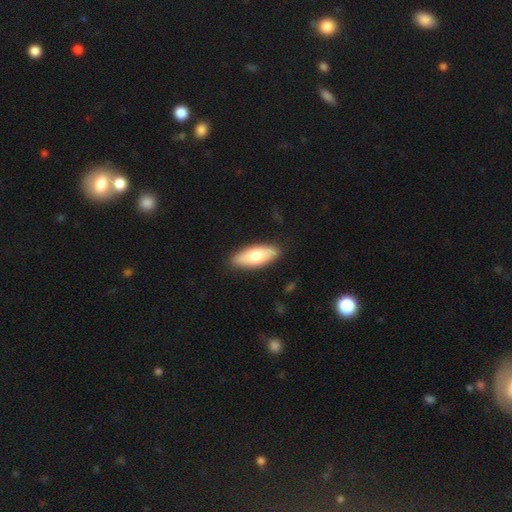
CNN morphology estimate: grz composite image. It shows a smooth galaxy with no disk features (72%) that is in between round and cigar-shaped (75%). Merging: none (87%).